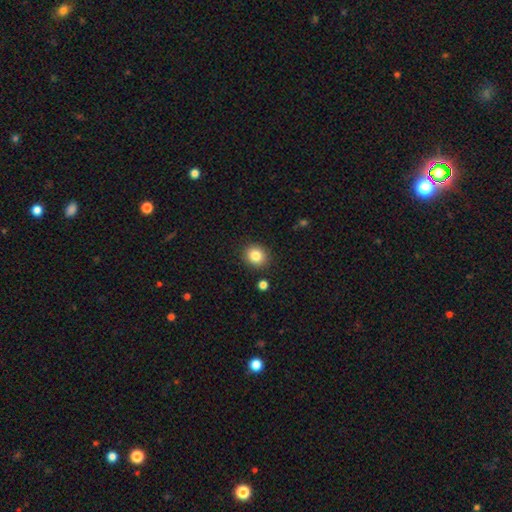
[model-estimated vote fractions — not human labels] smooth 84%, star or artifact 10%, featured or disk 6%. Down the decision tree: how rounded — round (77%); merging — none (88%).